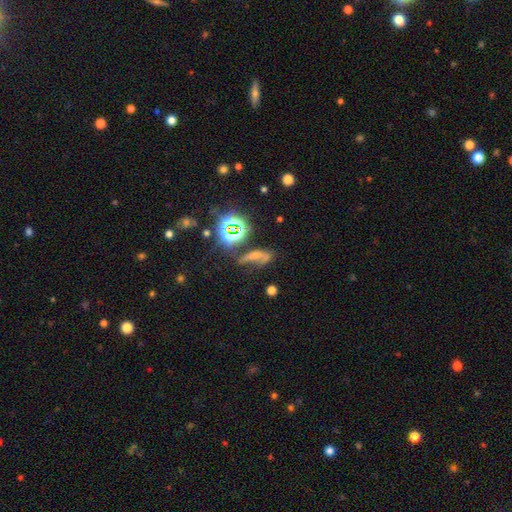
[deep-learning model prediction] smooth 41%, star or artifact 33%, featured or disk 26%. Down the decision tree: merging — none (36%).